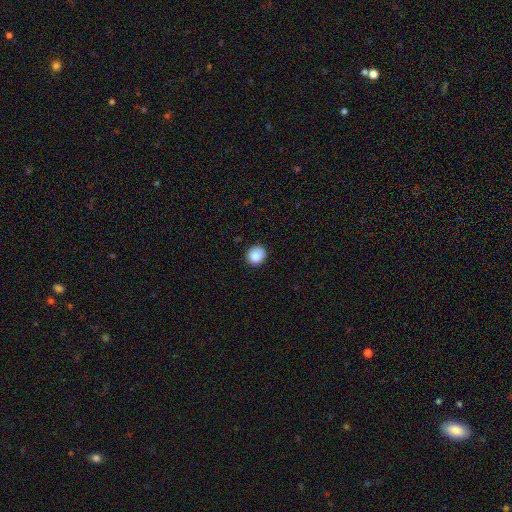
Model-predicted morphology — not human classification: A smooth galaxy with no disk features (87%) that is round (83%).

Vote fractions:
- Smooth or featured? smooth: 87% / star or artifact: 9% / featured or disk: 4%
- How rounded? round: 83% / in between: 16% / cigar-shaped: 1%
- Merging? none: 85% / minor disturbance: 11% / major disturbance: 2% / merger: 1%